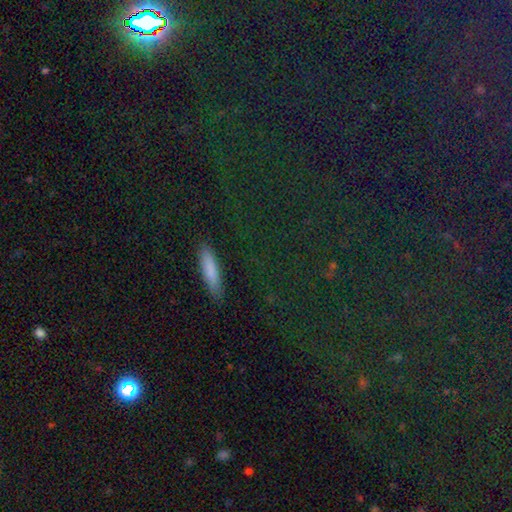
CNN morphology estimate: Smooth or featured?
  - smooth: 46% *
  - star or artifact: 36%
  - featured or disk: 18%
Merging?
  - none: 87% *
  - minor disturbance: 8%
  - major disturbance: 3%
  - merger: 2%